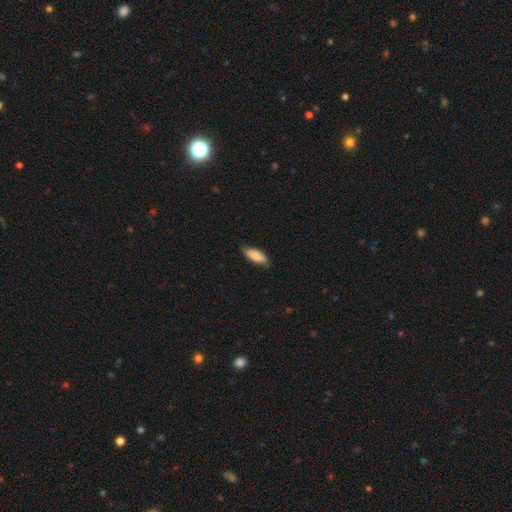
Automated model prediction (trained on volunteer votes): smooth 86%, featured or disk 9%, star or artifact 6%. Down the decision tree: how rounded — in between (68%); merging — none (81%).